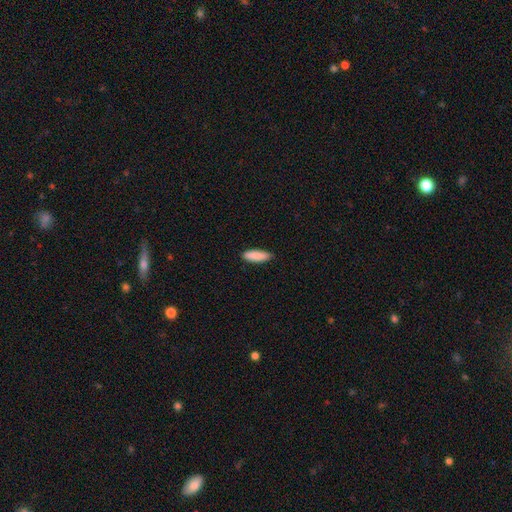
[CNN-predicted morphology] This is clearly a smooth galaxy (90%). How rounded: possibly in between (54%). Merging: clearly none (86%).